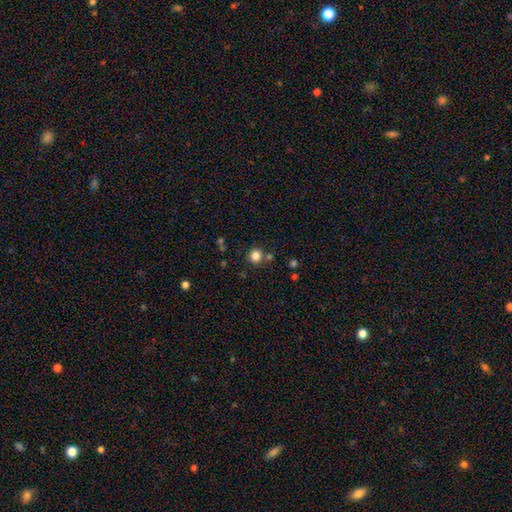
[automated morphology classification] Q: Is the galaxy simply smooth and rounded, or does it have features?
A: smooth — 82%.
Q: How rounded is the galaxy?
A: round — 93%.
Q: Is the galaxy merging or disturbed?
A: none — 79%.